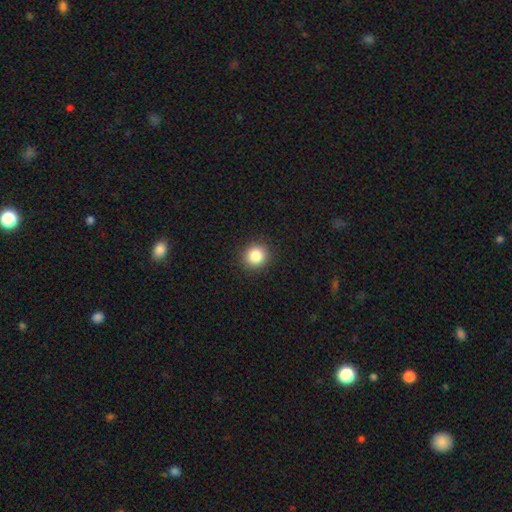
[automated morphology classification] smooth-or-featured: smooth: 84% | star or artifact: 11% | featured or disk: 5%
  how-rounded: round: 90% | in between: 9% | cigar-shaped: 1%
  merging: none: 92% | minor disturbance: 5% | major disturbance: 2% | merger: 1%